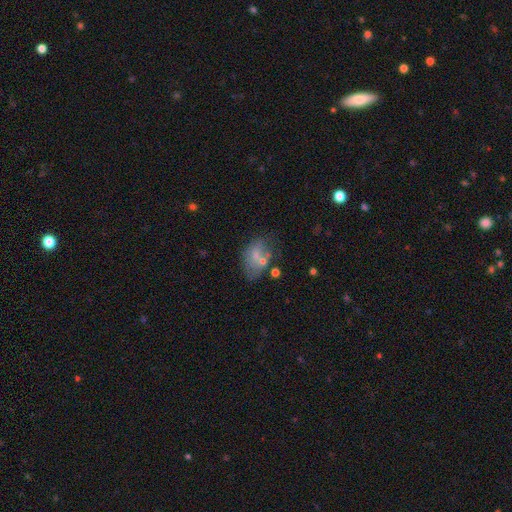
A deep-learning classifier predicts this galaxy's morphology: The model was most divided on "merging": none: 44%, minor disturbance: 25%, merger: 16%, major disturbance: 15%. More confident: how rounded — in between (83%); smooth or featured — smooth (56%).